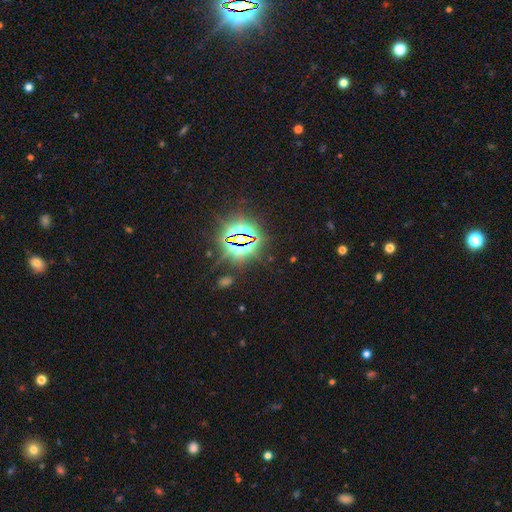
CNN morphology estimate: Smooth or featured: star or artifact — 83% (smooth — 10%)